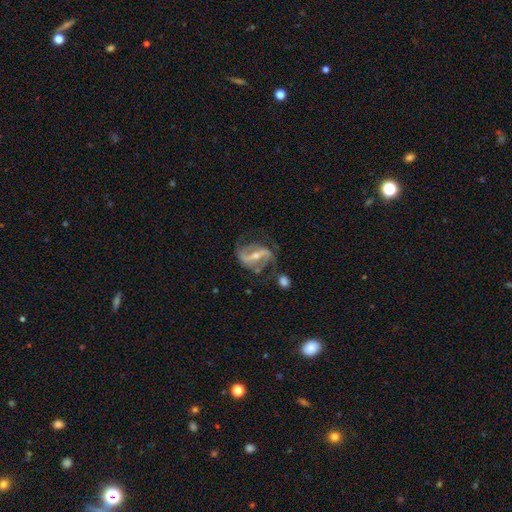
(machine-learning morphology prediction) Smooth or featured? Predicted: featured or disk (p=0.85). Edge-on disk? Predicted: no (p=0.94). Bar? Predicted: strong (p=0.65). Spiral arms? Predicted: yes (p=0.91). Spiral winding? Predicted: medium (p=0.42). Spiral arm count? Predicted: 2 (p=0.83). Bulge size? Predicted: small (p=0.49). Merging? Predicted: none (p=0.62).